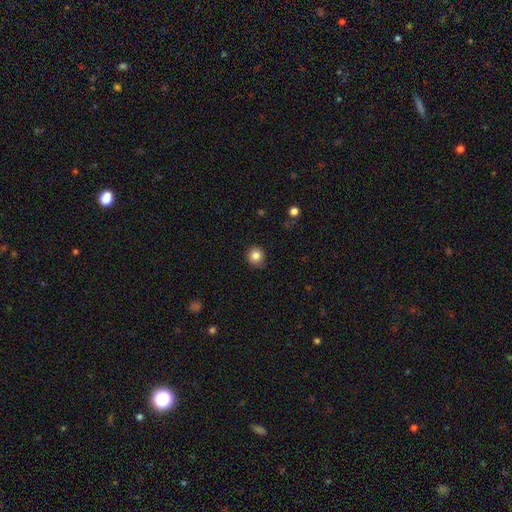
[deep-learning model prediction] This appears to be a smooth galaxy with no disk features (85%) that is round (91%). Merging: none (87%).